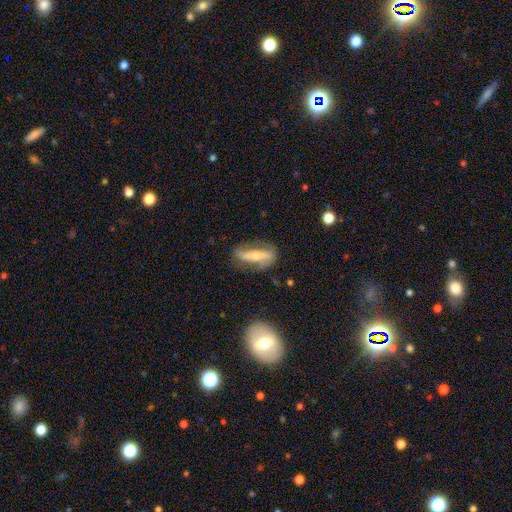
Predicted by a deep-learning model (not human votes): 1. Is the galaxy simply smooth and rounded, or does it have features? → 63% featured or disk, 30% smooth, 7% star or artifact.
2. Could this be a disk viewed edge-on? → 59% no, 41% yes.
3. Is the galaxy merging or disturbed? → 72% none, 18% minor disturbance, 8% major disturbance, 2% merger.